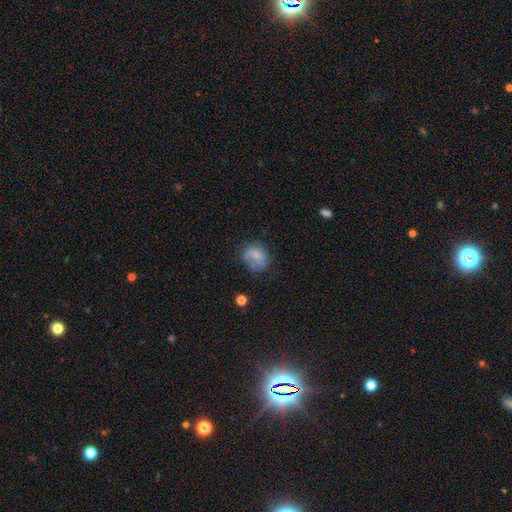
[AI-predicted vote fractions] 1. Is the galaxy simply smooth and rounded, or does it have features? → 66% smooth, 24% featured or disk, 10% star or artifact.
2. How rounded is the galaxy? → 62% round, 37% in between, 1% cigar-shaped.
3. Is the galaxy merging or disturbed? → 46% none, 28% minor disturbance, 21% major disturbance, 5% merger.